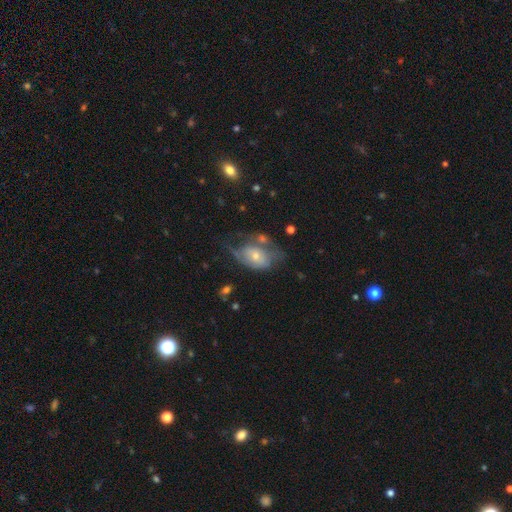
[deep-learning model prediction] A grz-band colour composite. It shows a featured or disk galaxy (54%) with no bar (73%), spiral arms (62%) and a small central bulge (52%). Merging: none (34%).